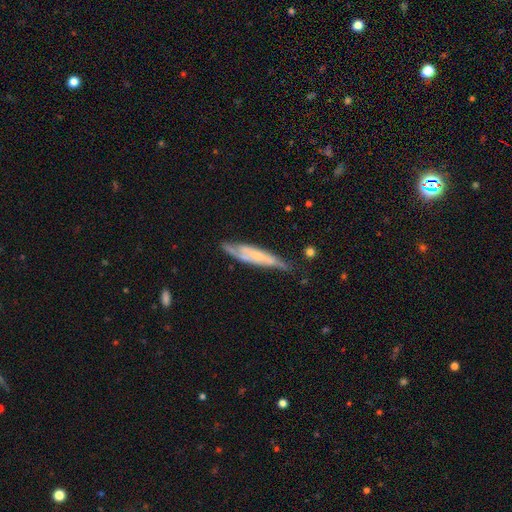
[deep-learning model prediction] Overall: featured or disk (65%; smooth 29%). Edge-on disk: no (53%; yes 47%). Merging: none (60%; minor disturbance 28%).